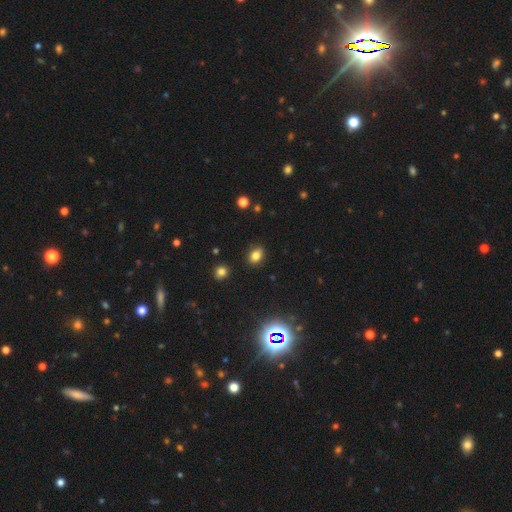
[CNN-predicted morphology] Smooth or featured? Predicted: smooth (p=0.80). How rounded? Predicted: in between (p=0.71). Merging? Predicted: none (p=0.87).